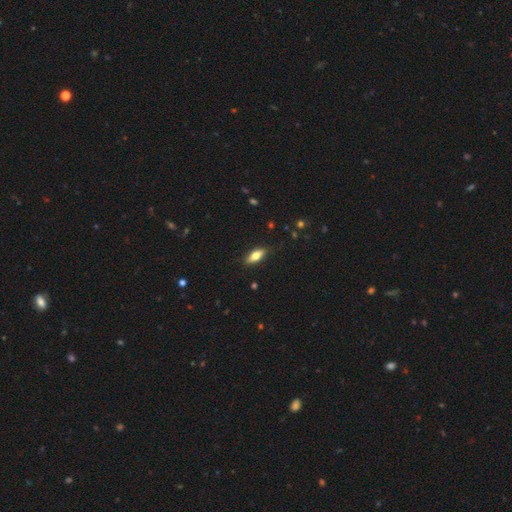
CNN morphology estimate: A smooth galaxy with no disk features (67%) that is in between round and cigar-shaped (70%). Merging: none (86%).